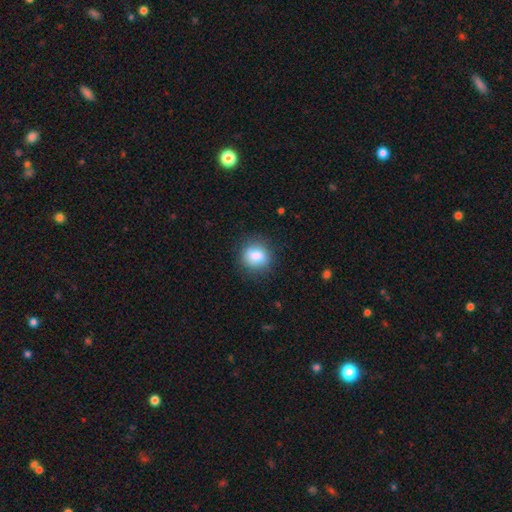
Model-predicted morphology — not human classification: Smooth or featured?
  - smooth: 84% *
  - star or artifact: 9%
  - featured or disk: 7%
How rounded?
  - round: 76% *
  - in between: 23%
  - cigar-shaped: 1%
Merging?
  - none: 84% *
  - minor disturbance: 12%
  - major disturbance: 3%
  - merger: 1%